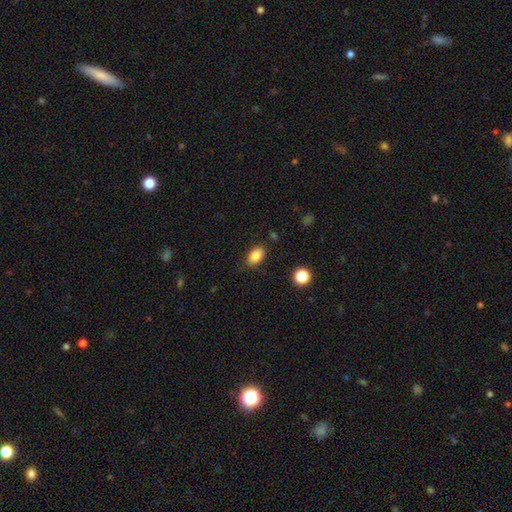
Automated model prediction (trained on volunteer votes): A smooth galaxy with no disk features (85%) that is in between round and cigar-shaped (88%).

Vote fractions:
- Smooth or featured? smooth: 85% / star or artifact: 9% / featured or disk: 6%
- How rounded? in between: 88% / round: 10% / cigar-shaped: 2%
- Merging? none: 82% / minor disturbance: 12% / major disturbance: 3% / merger: 2%